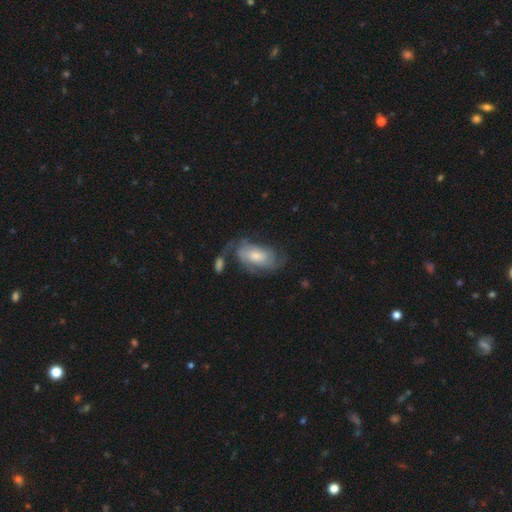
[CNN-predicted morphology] This appears to be a featured or disk galaxy (70%) with no bar (63%), 2 (42%) tight (47%) spiral arms (89%) and a moderate central bulge (47%). Merging: none (53%).